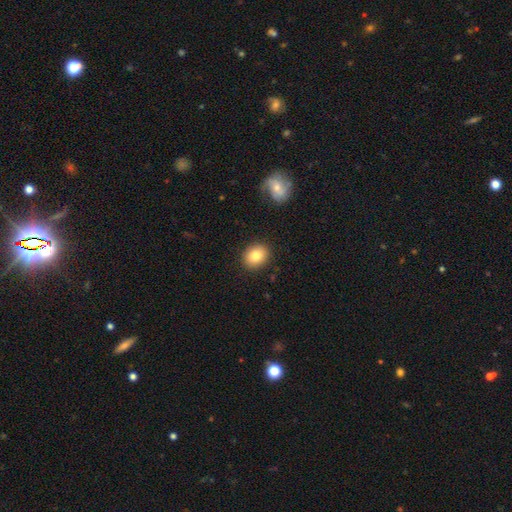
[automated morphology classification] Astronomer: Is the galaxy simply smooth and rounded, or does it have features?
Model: smooth — 82%.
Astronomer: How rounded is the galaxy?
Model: round — 52% (runner-up: in between, 47%).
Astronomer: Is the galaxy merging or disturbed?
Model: none — 89%.